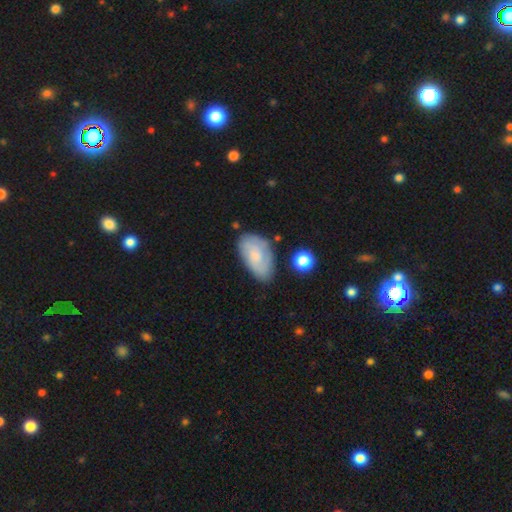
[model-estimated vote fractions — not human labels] The model was most divided on "smooth or featured": smooth: 60%, featured or disk: 33%, star or artifact: 7%. More confident: how rounded — in between (93%); merging — none (66%).